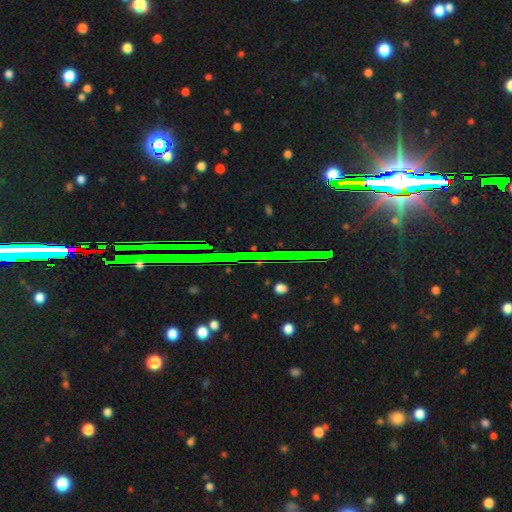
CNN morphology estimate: smooth-or-featured: star or artifact: 82% | featured or disk: 11% | smooth: 7%